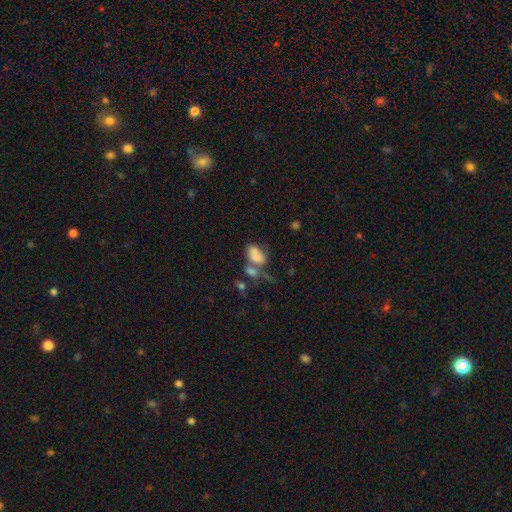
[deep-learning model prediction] A smooth galaxy with no disk features (70%) that is in between round and cigar-shaped (85%).

Vote fractions:
- Smooth or featured? smooth: 70% / featured or disk: 19% / star or artifact: 11%
- How rounded? in between: 85% / round: 13% / cigar-shaped: 2%
- Merging? merger: 48% / none: 21% / major disturbance: 16% / minor disturbance: 15%